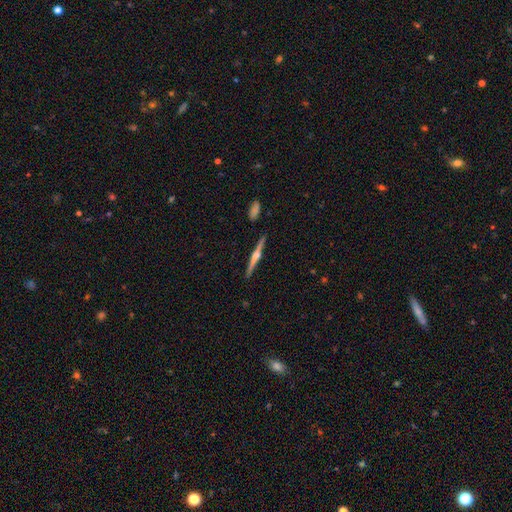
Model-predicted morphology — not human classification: Smooth or featured: featured or disk — 78% (smooth — 17%)
Edge-on disk: yes — 98% (no — 2%)
Edge-on bulge: rounded — 91% (boxy — 5%)
Merging: none — 91% (minor disturbance — 6%)